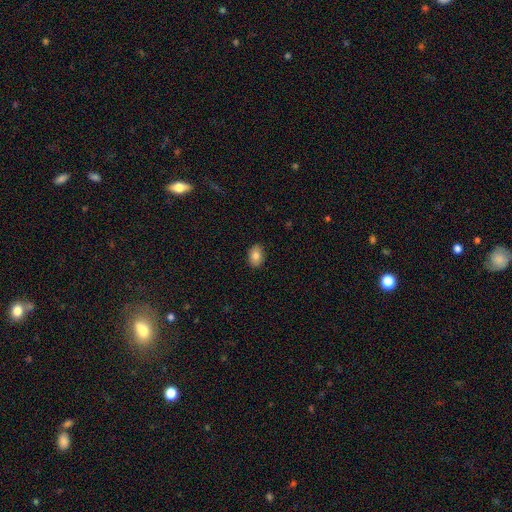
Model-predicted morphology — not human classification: Smooth or featured?
  - smooth: 83% *
  - featured or disk: 9%
  - star or artifact: 8%
How rounded?
  - in between: 79% *
  - round: 20%
  - cigar-shaped: 1%
Merging?
  - none: 89% *
  - minor disturbance: 8%
  - major disturbance: 2%
  - merger: 1%